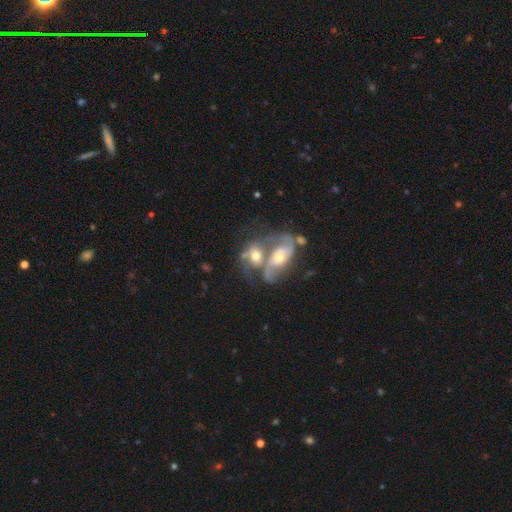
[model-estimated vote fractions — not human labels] A featured or disk galaxy (71%) with no bar (61%), 2 (73%) medium (44%) spiral arms (83%) and a moderate central bulge (61%). Merging: merger (77%).